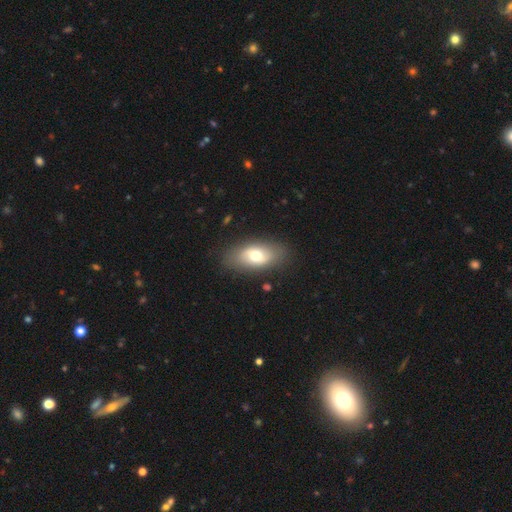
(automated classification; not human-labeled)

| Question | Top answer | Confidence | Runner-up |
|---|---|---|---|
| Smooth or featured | smooth | 61% | featured or disk (32%) |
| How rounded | in between | 89% | round (6%) |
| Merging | none | 83% | minor disturbance (12%) |